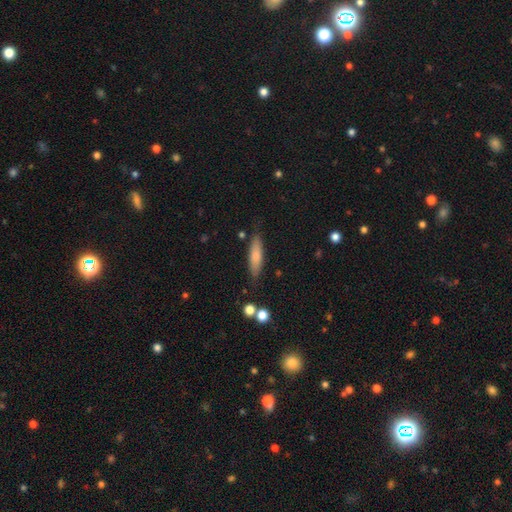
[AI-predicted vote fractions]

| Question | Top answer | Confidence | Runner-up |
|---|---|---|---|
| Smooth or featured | smooth | 78% | featured or disk (15%) |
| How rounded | cigar-shaped | 64% | in between (34%) |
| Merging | none | 82% | minor disturbance (13%) |